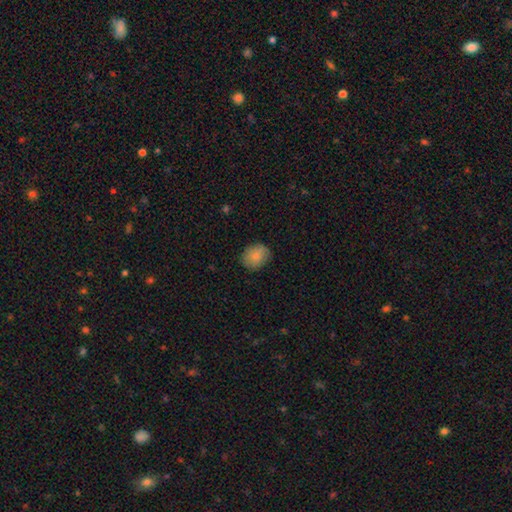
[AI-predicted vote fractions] The model was most divided on "how rounded": round: 59%, in between: 40%, cigar-shaped: 1%. More confident: smooth or featured — smooth (82%); merging — none (78%).